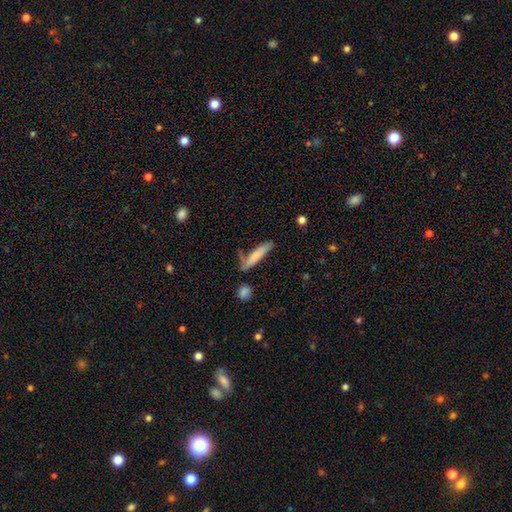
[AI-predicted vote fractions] A smooth galaxy with no disk features (72%) that is cigar-shaped (83%). Merging: none (60%).